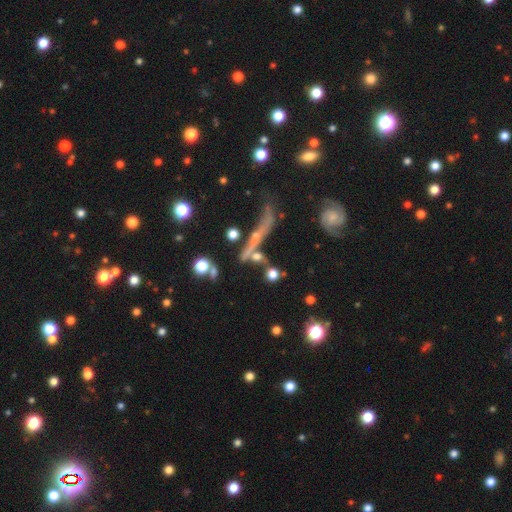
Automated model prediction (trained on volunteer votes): This is possibly a featured or disk galaxy (48%). Merging: possibly none (48%).